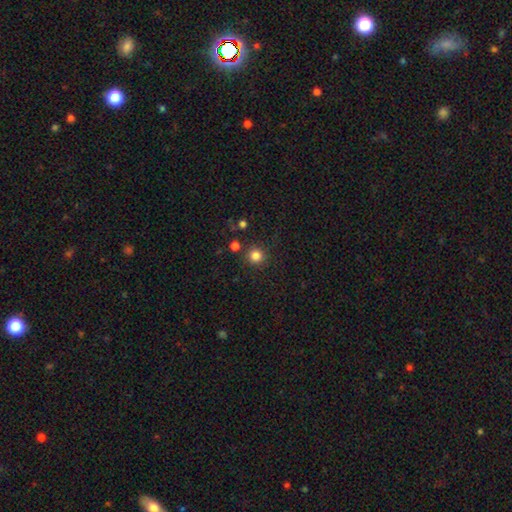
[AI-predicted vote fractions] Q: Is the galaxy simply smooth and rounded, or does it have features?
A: smooth — 82%.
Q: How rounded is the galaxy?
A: round — 94%.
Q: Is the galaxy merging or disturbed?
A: none — 86%.